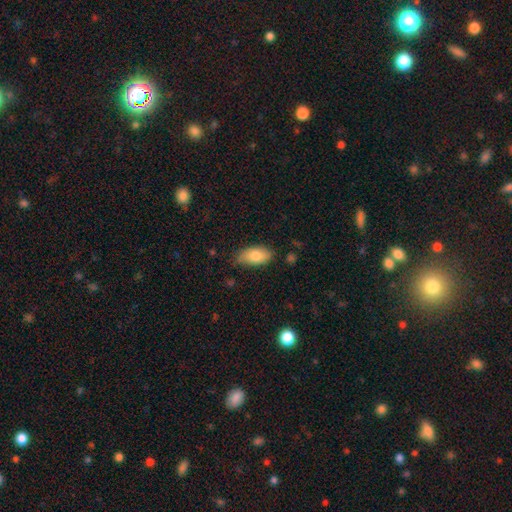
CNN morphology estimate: smooth-or-featured: smooth: 80% | featured or disk: 14% | star or artifact: 7%
  how-rounded: in between: 92% | cigar-shaped: 5% | round: 3%
  merging: none: 71% | minor disturbance: 23% | major disturbance: 4% | merger: 2%